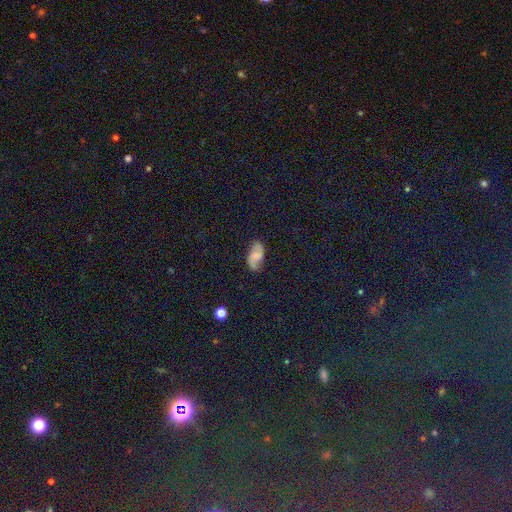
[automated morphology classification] smooth_or_featured: featured or disk (p=0.53) [alt: smooth p=0.35]
disk_edge_on: no (p=0.95) [alt: yes p=0.05]
bar: no (p=0.58) [alt: weak p=0.34]
has_spiral_arms: yes (p=0.89) [alt: no p=0.11]
bulge_size: moderate (p=0.44) [alt: small p=0.40]
merging: none (p=0.78) [alt: minor disturbance p=0.15]